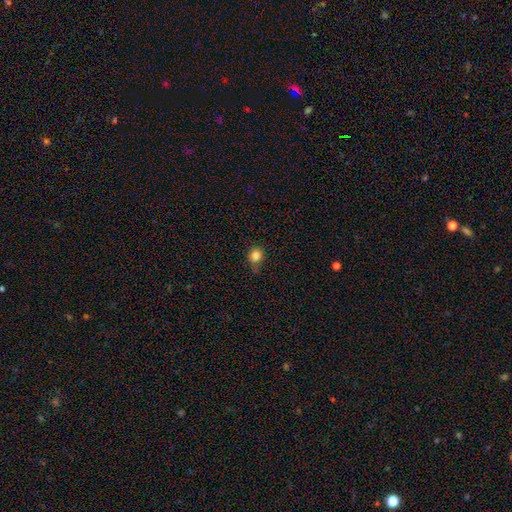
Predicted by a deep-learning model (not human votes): A smooth galaxy with no disk features (83%) that is round (81%).

Vote fractions:
- Smooth or featured? smooth: 83% / star or artifact: 12% / featured or disk: 5%
- How rounded? round: 81% / in between: 18% / cigar-shaped: 1%
- Merging? none: 64% / minor disturbance: 26% / major disturbance: 6% / merger: 4%